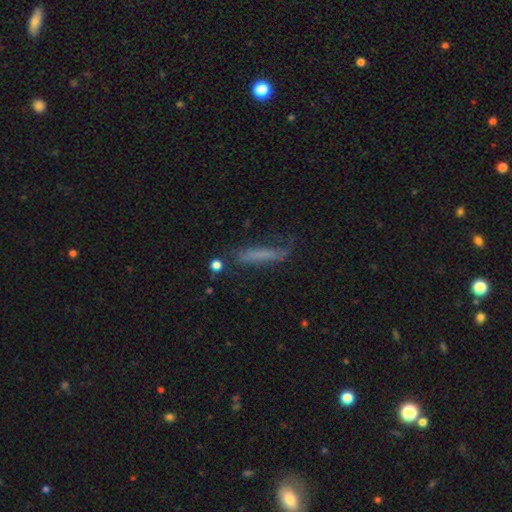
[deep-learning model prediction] Morphology: type=smooth (58%); roundness=cigar-shaped (87%); merging=none (56%).